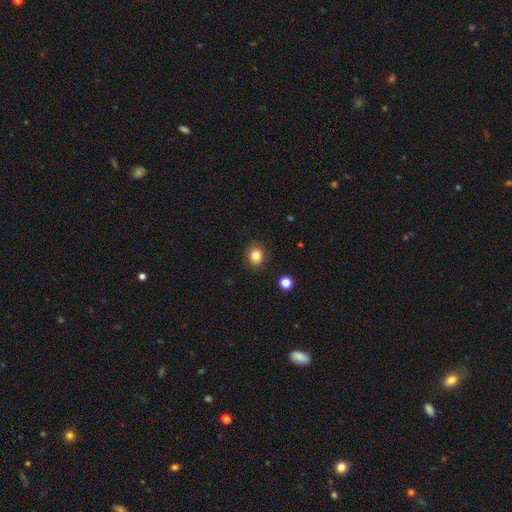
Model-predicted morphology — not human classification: Q: Smooth or featured?
A: smooth (84%); runner-up: star or artifact (11%)
Q: How rounded?
A: round (74%); runner-up: in between (26%)
Q: Merging?
A: none (89%); runner-up: minor disturbance (7%)